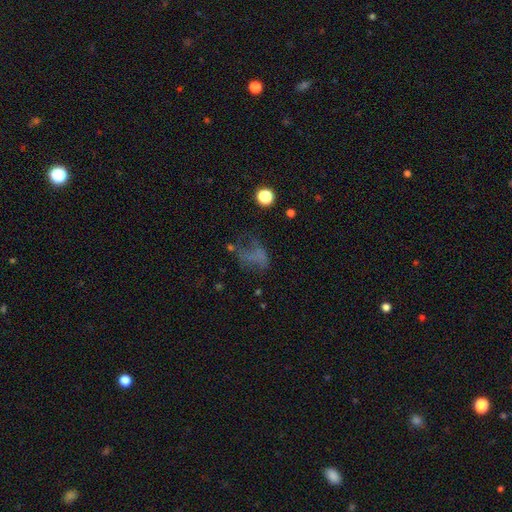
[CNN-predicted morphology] Smooth or featured?
  - smooth: 41% *
  - featured or disk: 34%
  - star or artifact: 25%
Merging?
  - major disturbance: 39% *
  - none: 35%
  - minor disturbance: 18%
  - merger: 7%